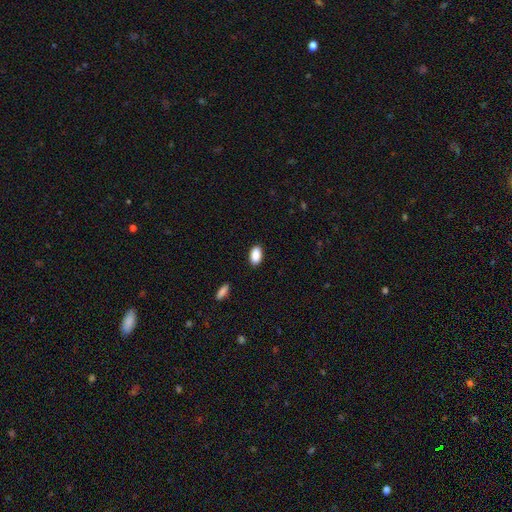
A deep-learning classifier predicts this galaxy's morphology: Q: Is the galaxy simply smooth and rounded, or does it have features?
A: smooth — 89%.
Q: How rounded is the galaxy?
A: in between — 93%.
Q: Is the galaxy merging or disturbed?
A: none — 88%.